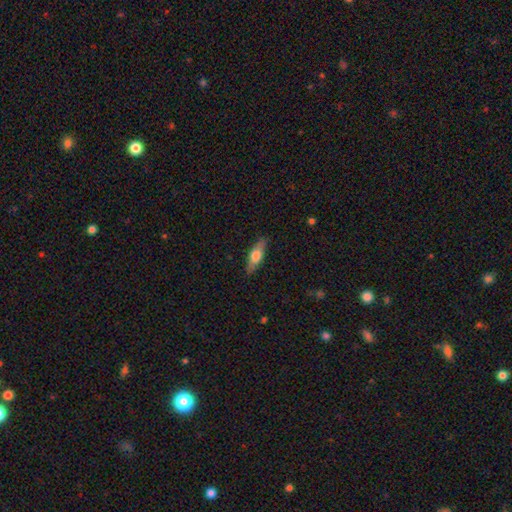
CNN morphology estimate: type=smooth (53%); roundness=cigar-shaped (50%); merging=none (87%).